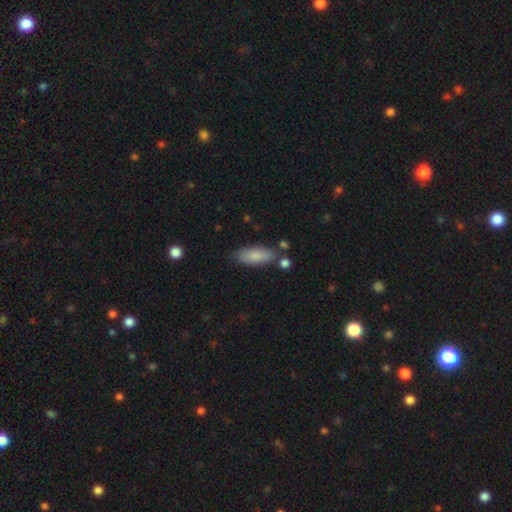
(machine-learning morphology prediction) type=smooth (82%); roundness=in between (75%); merging=none (73%).